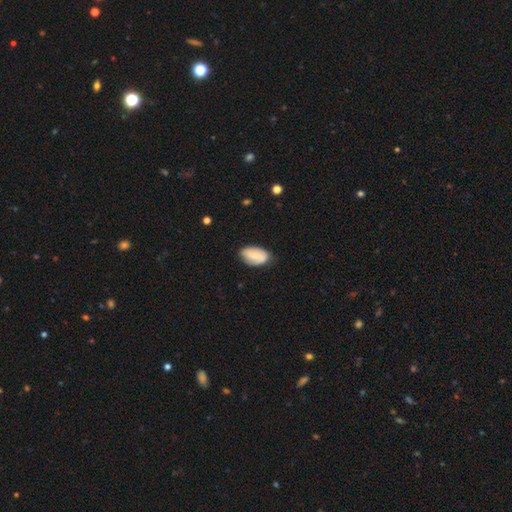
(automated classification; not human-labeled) This is likely a smooth galaxy (73%). How rounded: clearly in between (93%). Merging: likely none (72%).